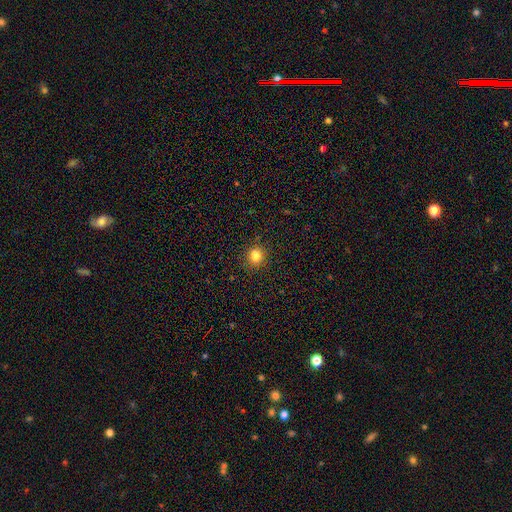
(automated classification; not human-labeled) This is clearly a smooth galaxy (80%). How rounded: likely round (64%). Merging: clearly none (83%).